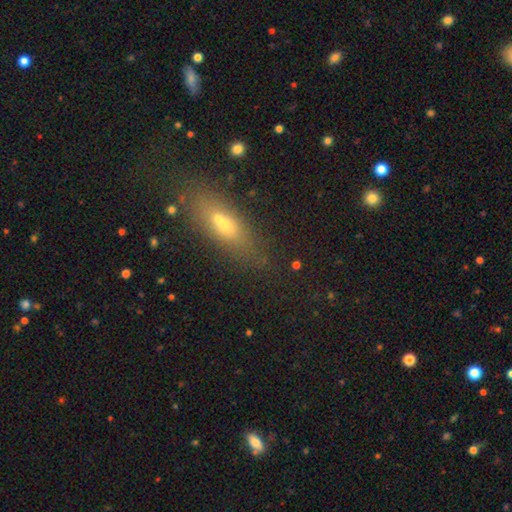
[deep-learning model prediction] Smooth or featured? smooth (56%)
How rounded? in between (49%)
Merging? none (78%)